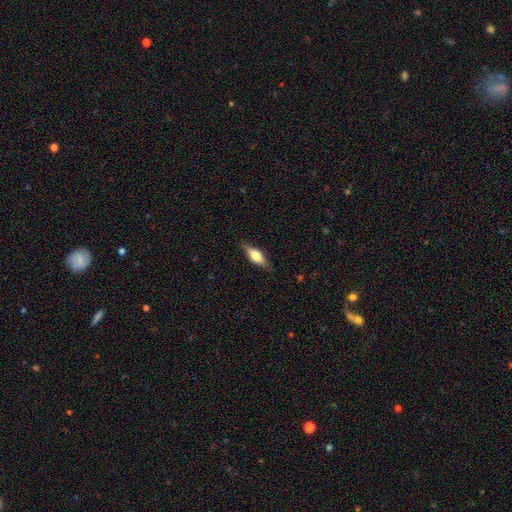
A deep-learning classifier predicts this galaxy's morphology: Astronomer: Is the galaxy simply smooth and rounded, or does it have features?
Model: smooth — 49% (runner-up: featured or disk, 44%).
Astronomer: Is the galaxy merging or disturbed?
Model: none — 81%.